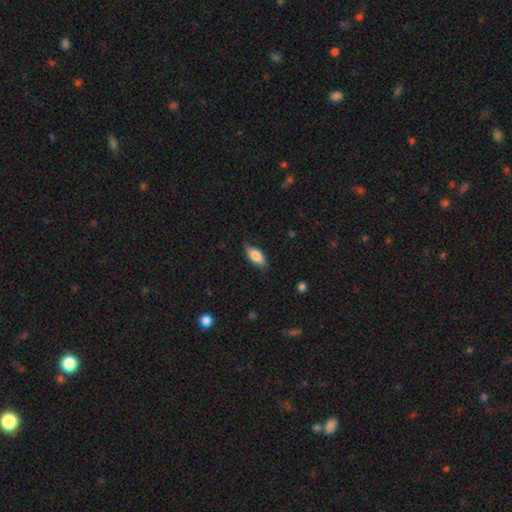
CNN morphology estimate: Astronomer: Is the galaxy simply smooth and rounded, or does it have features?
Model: smooth — 78%.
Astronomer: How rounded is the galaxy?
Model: in between — 80%.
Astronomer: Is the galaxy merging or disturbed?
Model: none — 78%.